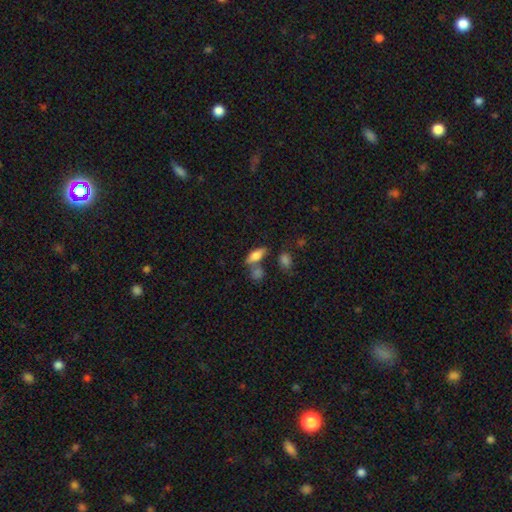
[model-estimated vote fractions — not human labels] Smooth or featured?
  - smooth: 70% *
  - featured or disk: 21%
  - star or artifact: 9%
How rounded?
  - in between: 72% *
  - cigar-shaped: 24%
  - round: 5%
Merging?
  - none: 57% *
  - merger: 22%
  - minor disturbance: 15%
  - major disturbance: 6%